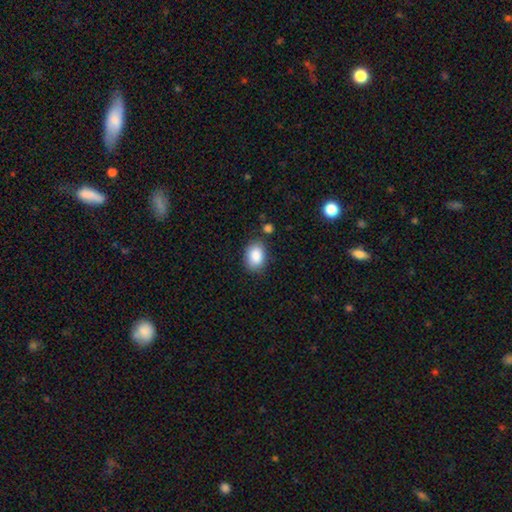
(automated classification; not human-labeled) This appears to be a smooth galaxy with no disk features (88%) that is in between round and cigar-shaped (76%). Merging: none (79%).